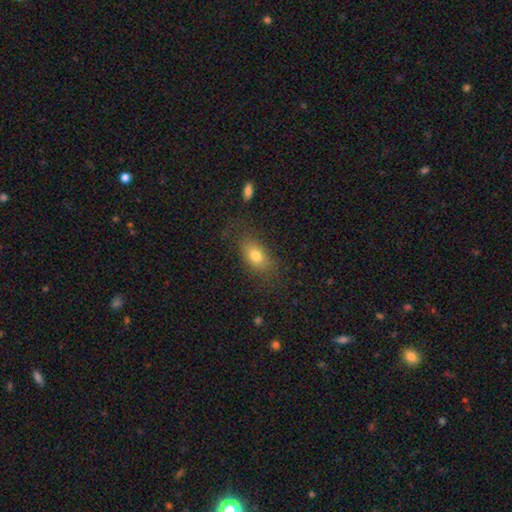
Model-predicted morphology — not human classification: A smooth galaxy with no disk features (76%) that is in between round and cigar-shaped (81%).

Vote fractions:
- Smooth or featured? smooth: 76% / featured or disk: 13% / star or artifact: 10%
- How rounded? in between: 81% / round: 13% / cigar-shaped: 5%
- Merging? none: 72% / minor disturbance: 17% / major disturbance: 9% / merger: 2%